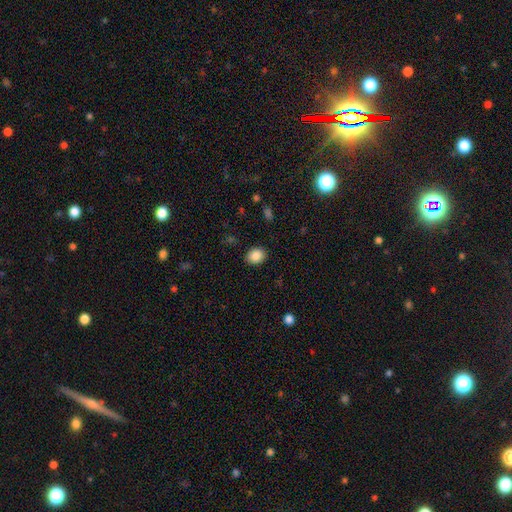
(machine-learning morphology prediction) Smooth or featured? Predicted: smooth (p=0.87). How rounded? Predicted: in between (p=0.53). Merging? Predicted: none (p=0.88).